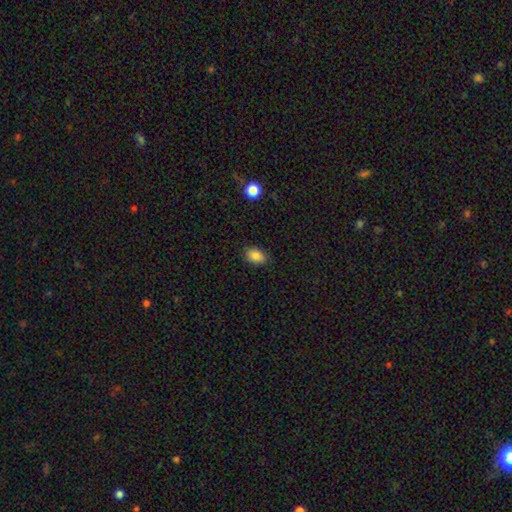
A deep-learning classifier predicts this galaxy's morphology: The model was most divided on "how rounded": in between: 81%, round: 18%, cigar-shaped: 1%. More confident: merging — none (86%); smooth or featured — smooth (85%).